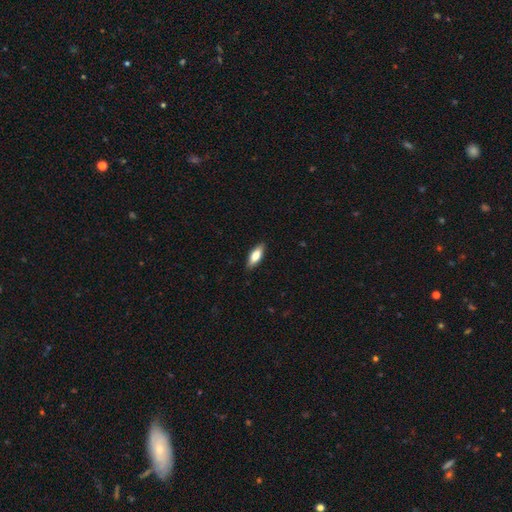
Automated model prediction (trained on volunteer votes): smooth 76%, featured or disk 18%, star or artifact 6%. Down the decision tree: how rounded — in between (69%); merging — none (88%).